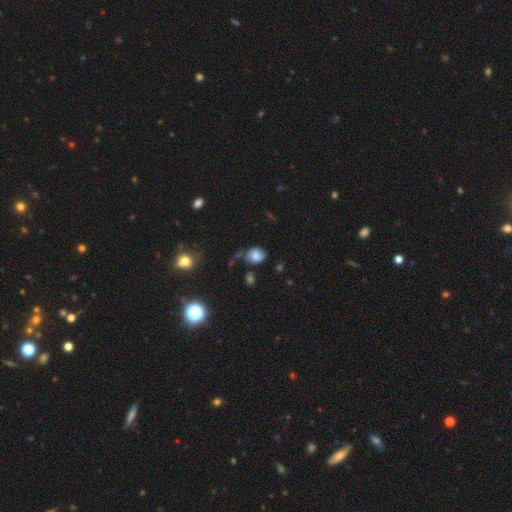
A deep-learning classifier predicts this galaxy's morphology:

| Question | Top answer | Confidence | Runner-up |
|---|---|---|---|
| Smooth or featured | smooth | 75% | star or artifact (12%) |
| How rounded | round | 56% | in between (43%) |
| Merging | none | 55% | minor disturbance (28%) |